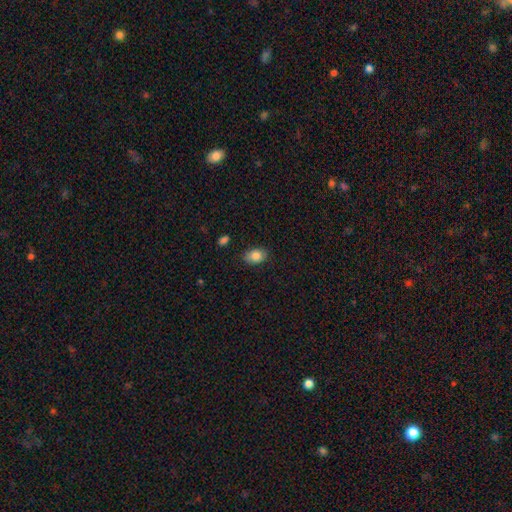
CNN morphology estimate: Smooth or featured? Predicted: smooth (p=0.84). How rounded? Predicted: in between (p=0.84). Merging? Predicted: none (p=0.84).